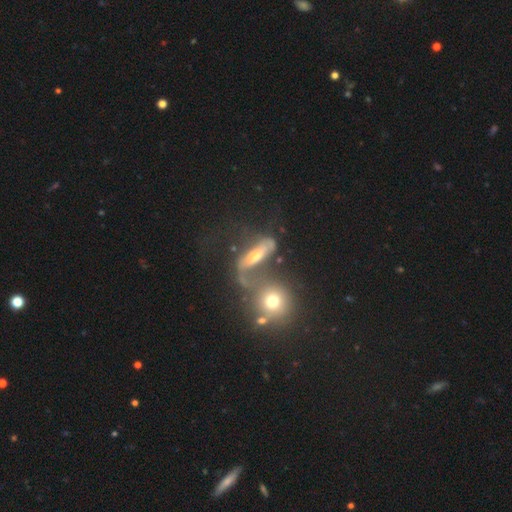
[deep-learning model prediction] Smooth or featured? featured or disk (57%)
Edge-on disk? no (74%)
Merging? merger (39%)